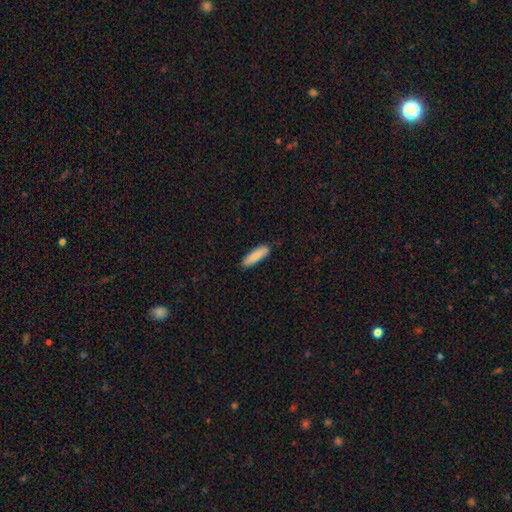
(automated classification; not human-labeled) Smooth or featured: smooth — 85% (featured or disk — 9%)
How rounded: cigar-shaped — 60% (in between — 39%)
Merging: none — 87% (minor disturbance — 10%)